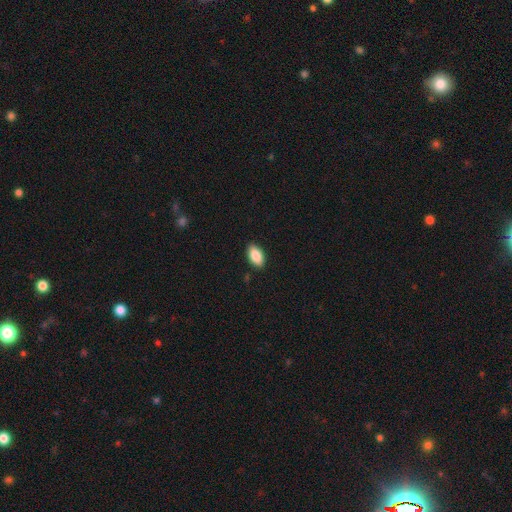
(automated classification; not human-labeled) This is clearly a smooth galaxy (87%). How rounded: clearly in between (93%). Merging: clearly none (89%).